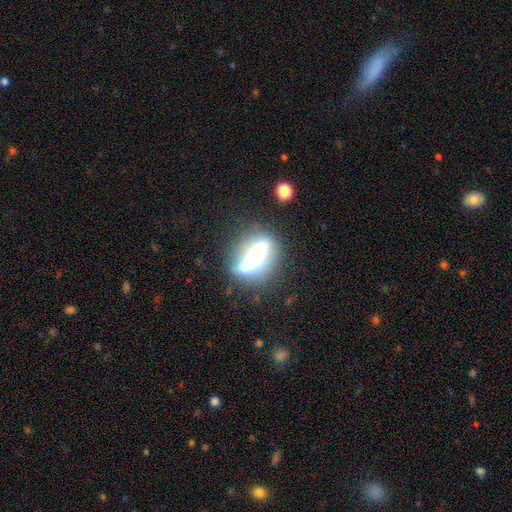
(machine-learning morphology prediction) The model was most divided on "edge-on disk": yes: 52%, no: 48%. More confident: merging — none (66%); smooth or featured — featured or disk (52%).